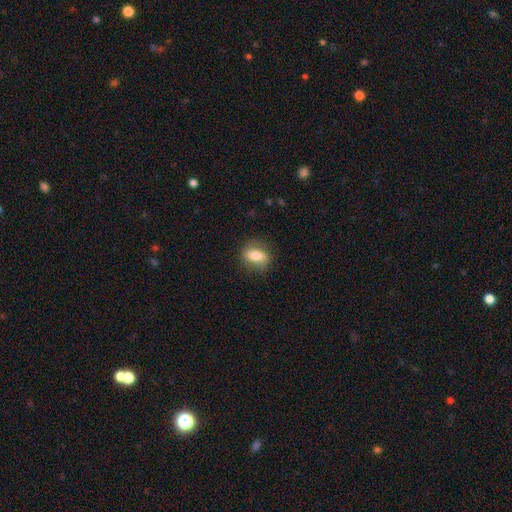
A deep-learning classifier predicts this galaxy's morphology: The model was most divided on "how rounded": in between: 70%, round: 25%, cigar-shaped: 5%. More confident: merging — none (80%); smooth or featured — smooth (72%).